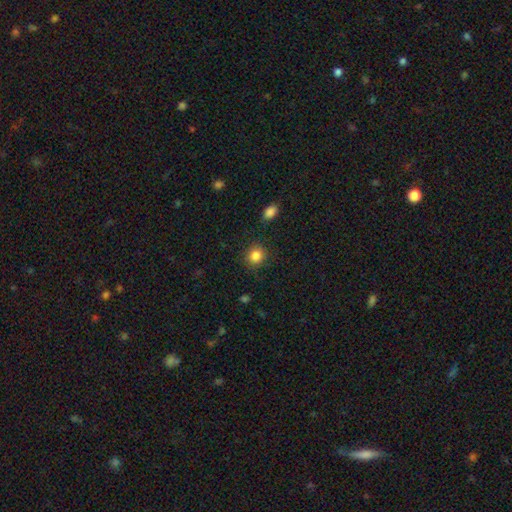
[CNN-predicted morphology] Smooth or featured? Predicted: smooth (p=0.85). How rounded? Predicted: round (p=0.83). Merging? Predicted: none (p=0.85).